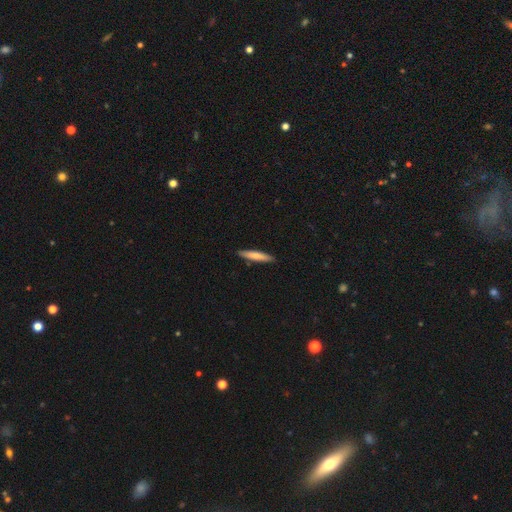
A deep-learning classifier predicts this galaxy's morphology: Overall: smooth (72%). How rounded: cigar-shaped (91%). Merging: none (90%).